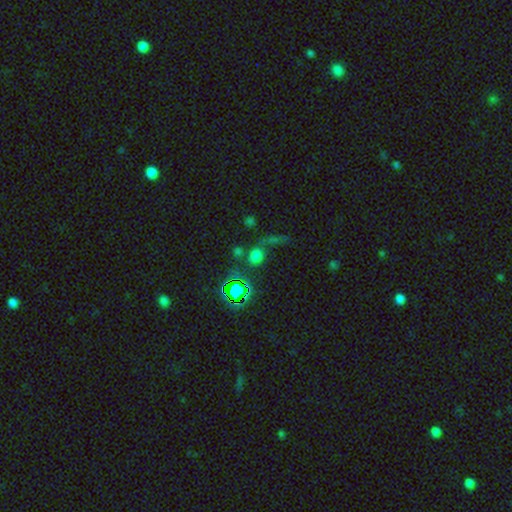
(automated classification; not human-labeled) The model was most divided on "smooth or featured": smooth: 54%, star or artifact: 37%, featured or disk: 9%. More confident: how rounded — round (72%); merging — none (55%).